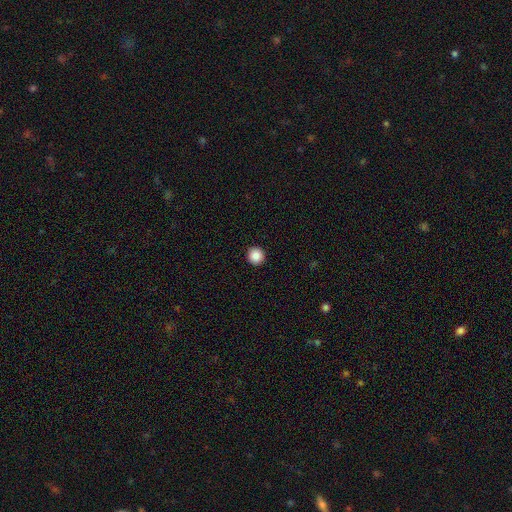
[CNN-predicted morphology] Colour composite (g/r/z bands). It shows a smooth galaxy with no disk features (88%) that is round (95%). Merging: none (94%).